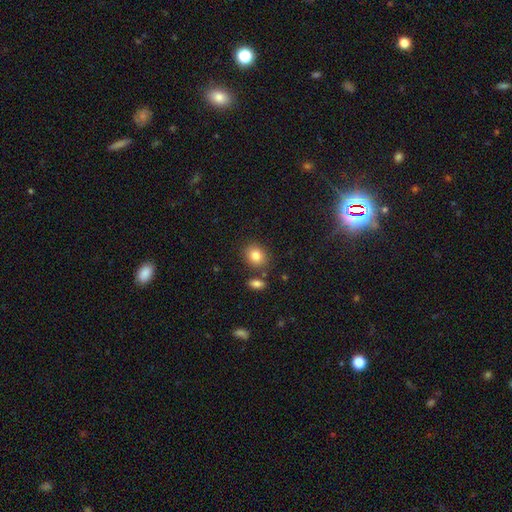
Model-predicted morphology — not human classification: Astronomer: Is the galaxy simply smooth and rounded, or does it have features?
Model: smooth — 83%.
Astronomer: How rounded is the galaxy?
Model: round — 55% (runner-up: in between, 44%).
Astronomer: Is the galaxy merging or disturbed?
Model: none — 80%.